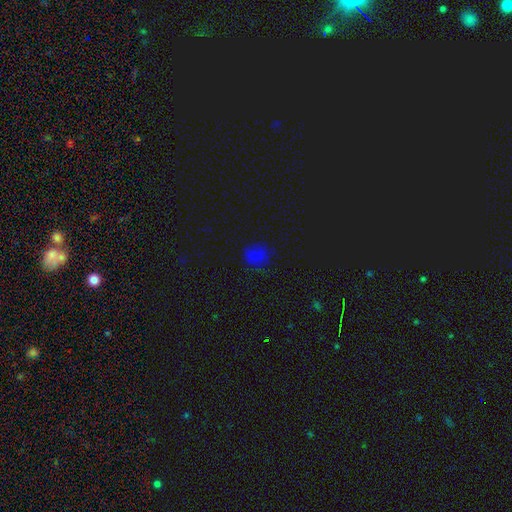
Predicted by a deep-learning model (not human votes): Overall: smooth (60%; star or artifact 33%). How rounded: round (80%). Merging: none (77%).